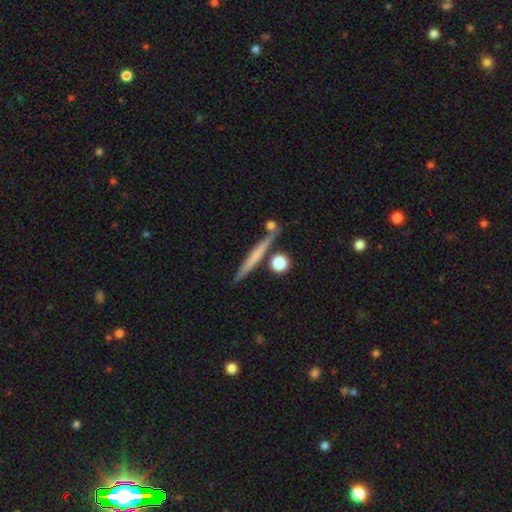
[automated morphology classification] Q: Smooth or featured?
A: smooth (51%); runner-up: featured or disk (42%)
Q: How rounded?
A: cigar-shaped (91%); runner-up: round (5%)
Q: Merging?
A: none (80%); runner-up: minor disturbance (9%)